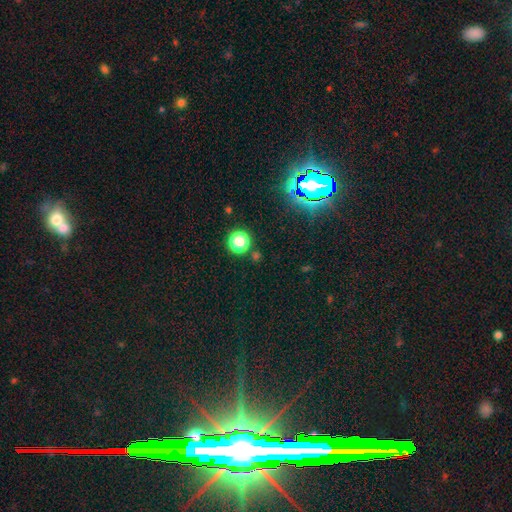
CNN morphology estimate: Overall: star or artifact (56%; smooth 37%).